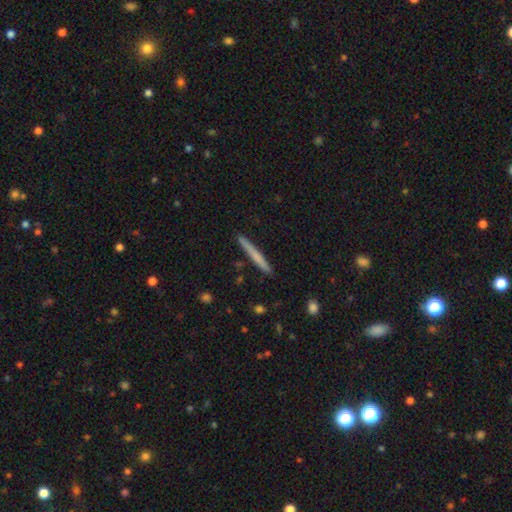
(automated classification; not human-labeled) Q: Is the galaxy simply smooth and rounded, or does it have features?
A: smooth — 61%.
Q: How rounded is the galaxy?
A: cigar-shaped — 97%.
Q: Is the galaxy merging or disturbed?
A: none — 91%.